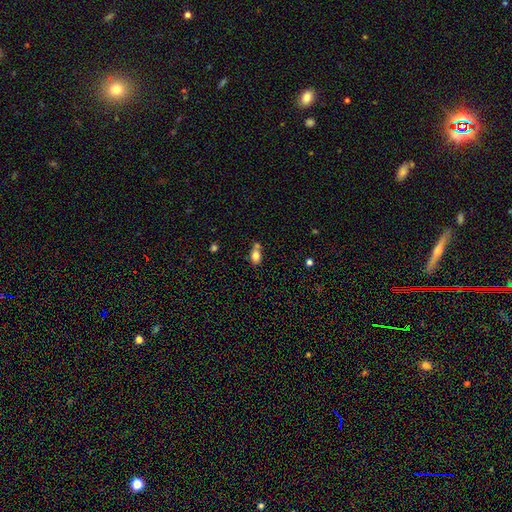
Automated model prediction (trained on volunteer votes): Smooth or featured? Predicted: smooth (p=0.79). How rounded? Predicted: in between (p=0.83). Merging? Predicted: none (p=0.49).